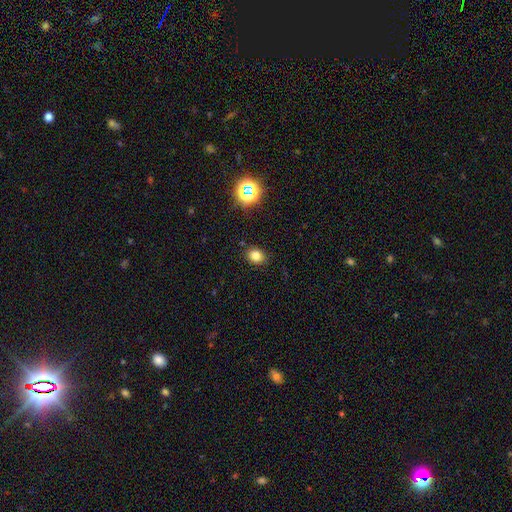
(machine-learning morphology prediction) The model was most divided on "how rounded": round: 59%, in between: 40%, cigar-shaped: 1%. More confident: merging — none (88%); smooth or featured — smooth (78%).